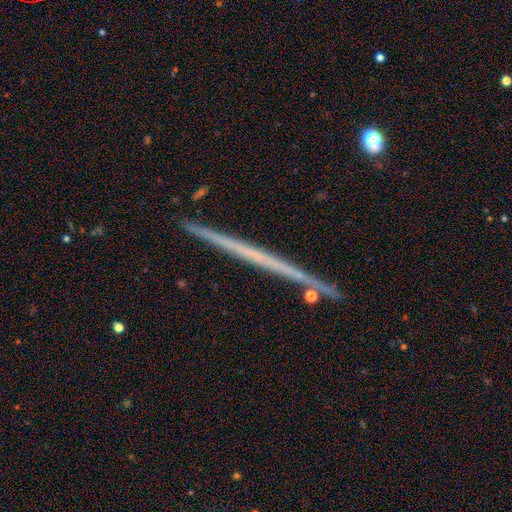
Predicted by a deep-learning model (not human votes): Q: Smooth or featured?
A: featured or disk (62%); runner-up: smooth (29%)
Q: Edge-on disk?
A: yes (98%); runner-up: no (2%)
Q: Edge-on bulge?
A: none (91%); runner-up: rounded (6%)
Q: Merging?
A: none (91%); runner-up: minor disturbance (6%)